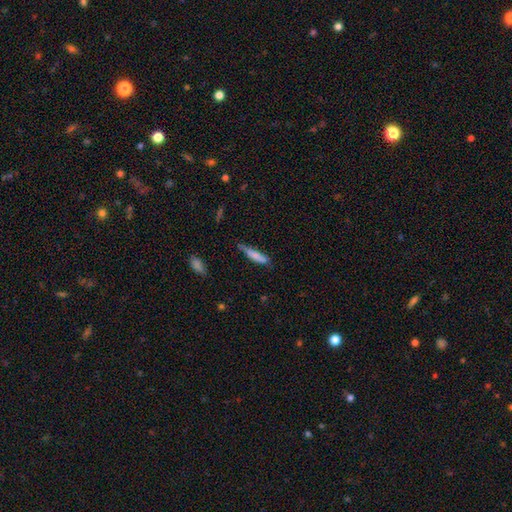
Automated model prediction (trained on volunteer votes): Smooth or featured? smooth (75%)
How rounded? cigar-shaped (83%)
Merging? none (57%)